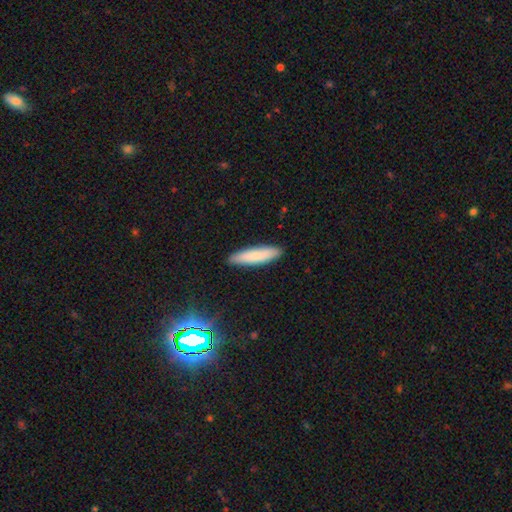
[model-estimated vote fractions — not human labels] The model was most divided on "how rounded": cigar-shaped: 75%, in between: 24%, round: 1%. More confident: merging — none (90%); smooth or featured — smooth (82%).